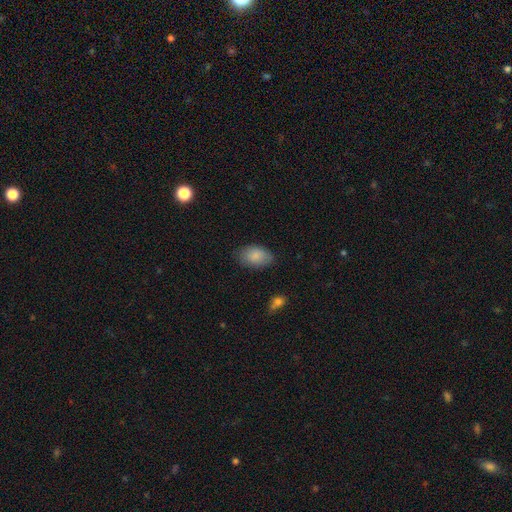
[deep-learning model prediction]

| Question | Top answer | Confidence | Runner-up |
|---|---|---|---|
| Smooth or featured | smooth | 87% | star or artifact (7%) |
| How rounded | in between | 91% | round (8%) |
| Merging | none | 78% | minor disturbance (17%) |